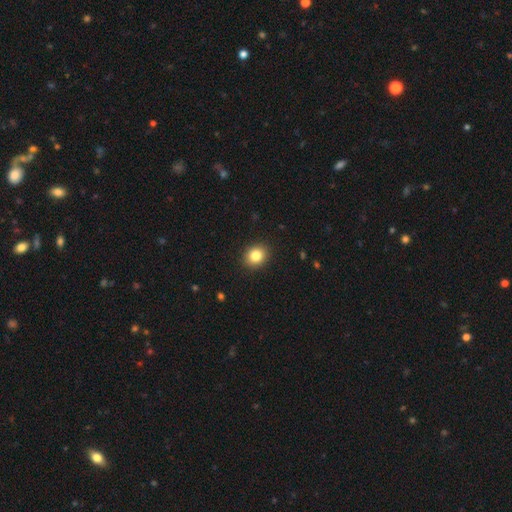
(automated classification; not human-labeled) A smooth galaxy with no disk features (83%) that is round (68%). Merging: none (91%).